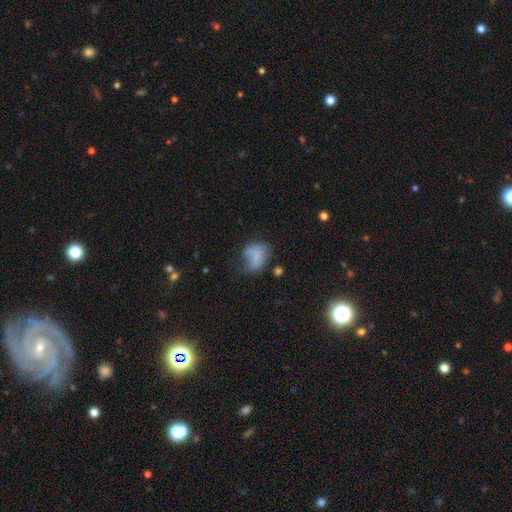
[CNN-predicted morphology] smooth-or-featured: smooth: 62% | featured or disk: 26% | star or artifact: 11%
  how-rounded: in between: 55% | round: 44% | cigar-shaped: 1%
  merging: none: 33% | minor disturbance: 31% | major disturbance: 31% | merger: 5%